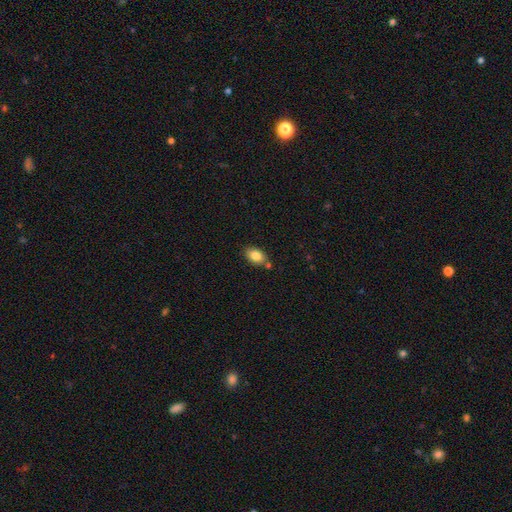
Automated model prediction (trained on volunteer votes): Smooth or featured? smooth (84%)
How rounded? in between (86%)
Merging? none (74%)